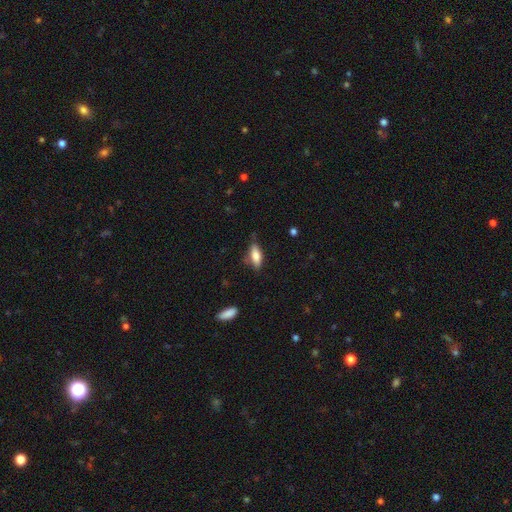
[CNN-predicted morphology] Smooth or featured: smooth — 76% (featured or disk — 17%)
How rounded: in between — 70% (cigar-shaped — 28%)
Merging: none — 67% (minor disturbance — 25%)